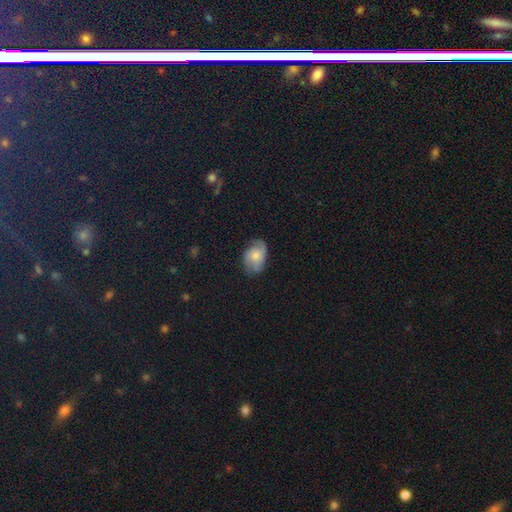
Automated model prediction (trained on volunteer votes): A featured or disk galaxy (55%) with no bar (77%), spiral arms (88%) and a moderate central bulge (50%). Merging: none (65%).